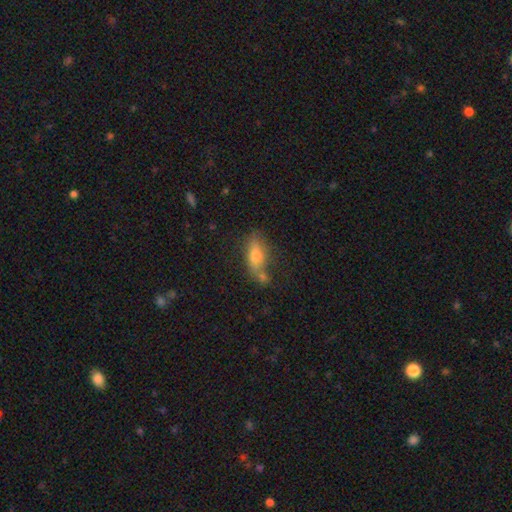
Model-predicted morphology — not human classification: smooth 70%, featured or disk 20%, star or artifact 10%. Down the decision tree: how rounded — in between (72%); merging — none (53%).